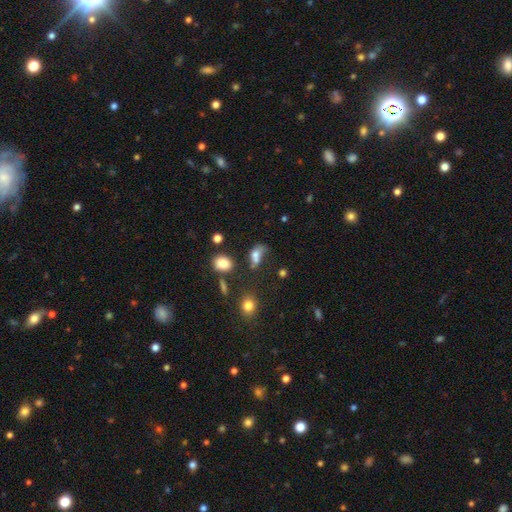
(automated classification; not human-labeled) smooth-or-featured: smooth: 66% | featured or disk: 18% | star or artifact: 15%
  how-rounded: in between: 72% | round: 22% | cigar-shaped: 6%
  merging: none: 31% | merger: 25% | major disturbance: 24% | minor disturbance: 21%